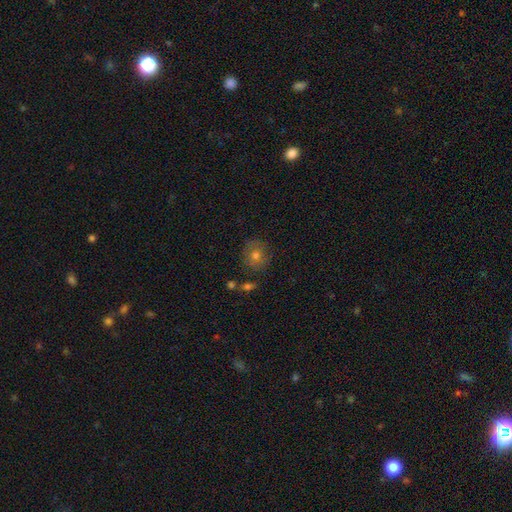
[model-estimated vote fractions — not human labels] The model was most divided on "smooth or featured": smooth: 68%, featured or disk: 16%, star or artifact: 15%. More confident: how rounded — round (86%); merging — none (81%).